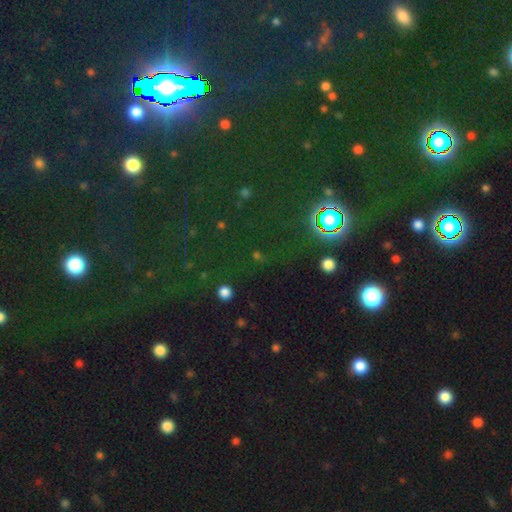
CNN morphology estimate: Smooth or featured: star or artifact — 76% (smooth — 15%)